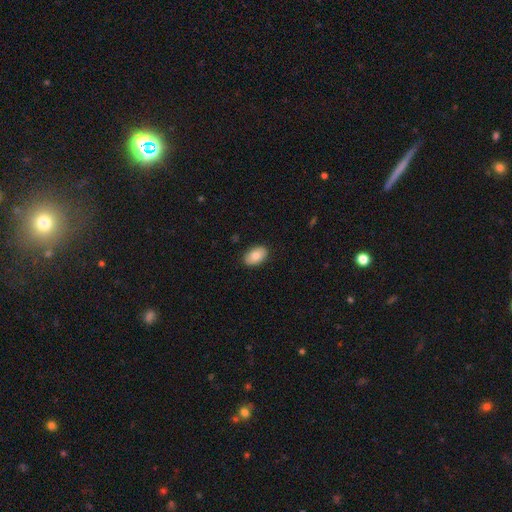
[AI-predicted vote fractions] Smooth or featured?
  - smooth: 81% *
  - featured or disk: 12%
  - star or artifact: 7%
How rounded?
  - in between: 90% *
  - round: 9%
  - cigar-shaped: 1%
Merging?
  - none: 89% *
  - minor disturbance: 9%
  - major disturbance: 2%
  - merger: 1%